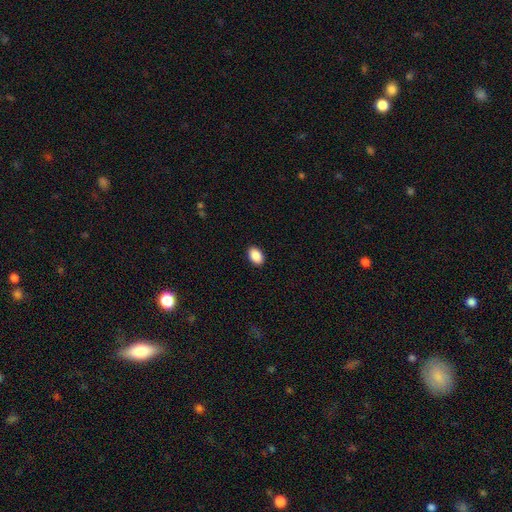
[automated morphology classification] This is clearly a smooth galaxy (90%). How rounded: clearly in between (90%). Merging: clearly none (90%).